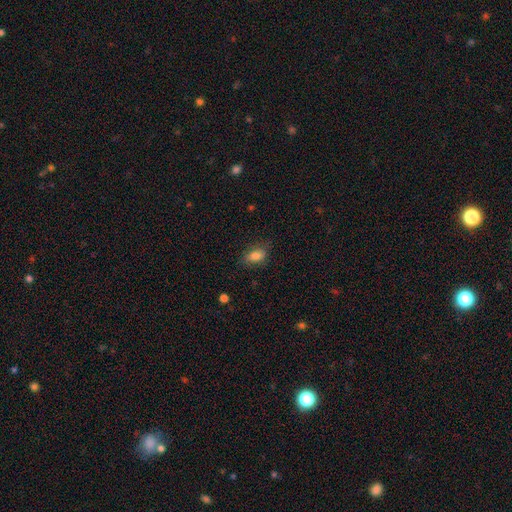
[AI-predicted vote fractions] Q: Smooth or featured?
A: smooth (82%); runner-up: featured or disk (9%)
Q: How rounded?
A: in between (86%); runner-up: round (8%)
Q: Merging?
A: none (76%); runner-up: minor disturbance (18%)